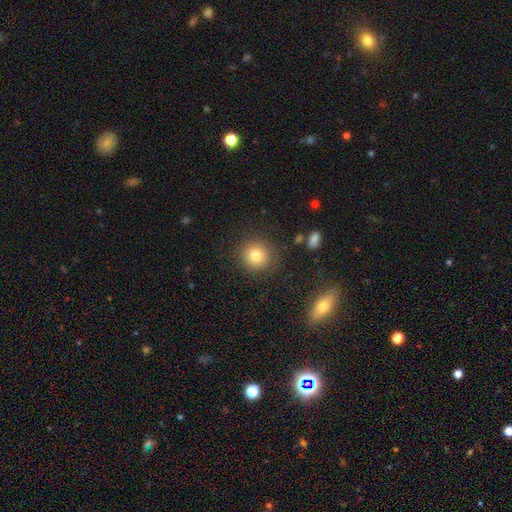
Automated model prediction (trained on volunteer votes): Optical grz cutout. It shows a smooth galaxy with no disk features (80%) that is round (93%). Merging: none (88%).